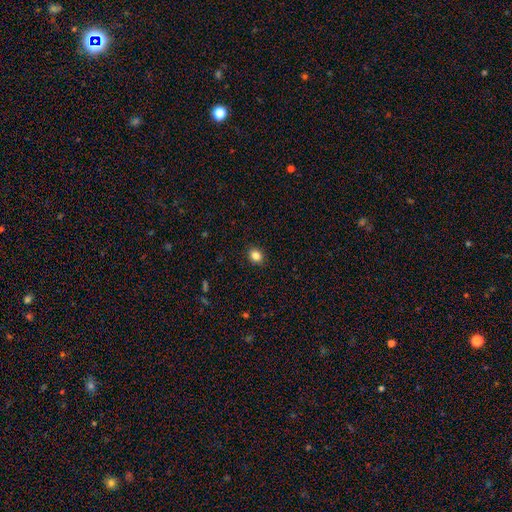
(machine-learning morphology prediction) A smooth galaxy with no disk features (84%) that is round (54%). Merging: none (90%).